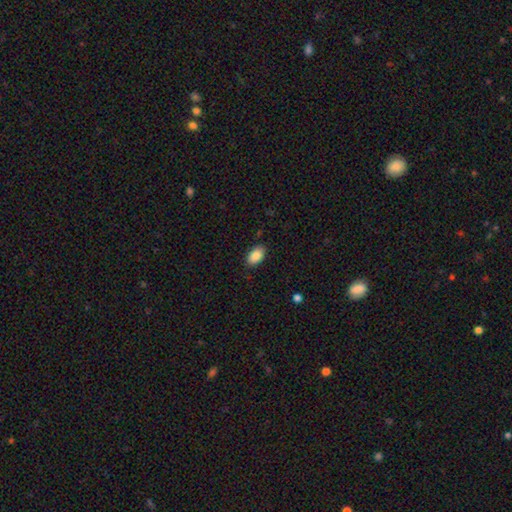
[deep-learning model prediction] A smooth galaxy with no disk features (89%) that is in between round and cigar-shaped (92%).

Vote fractions:
- Smooth or featured? smooth: 89% / star or artifact: 7% / featured or disk: 4%
- How rounded? in between: 92% / round: 7% / cigar-shaped: 1%
- Merging? none: 86% / minor disturbance: 11% / major disturbance: 2% / merger: 1%